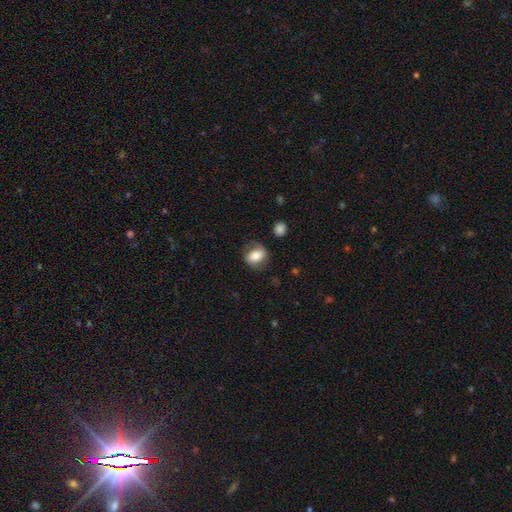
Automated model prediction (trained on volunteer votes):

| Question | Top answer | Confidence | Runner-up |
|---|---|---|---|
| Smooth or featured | smooth | 55% | featured or disk (37%) |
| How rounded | in between | 53% | round (45%) |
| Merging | none | 72% | minor disturbance (18%) |